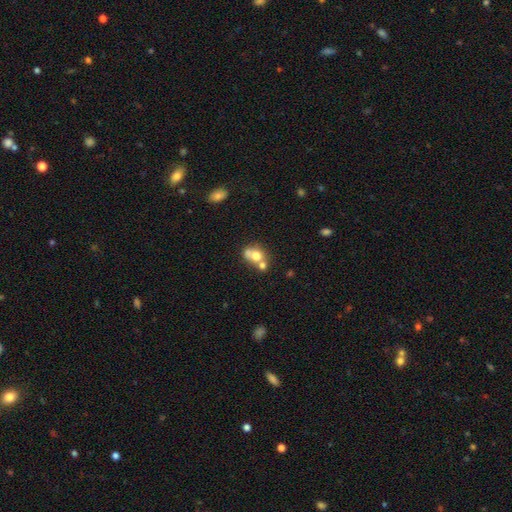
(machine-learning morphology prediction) Overall: smooth (66%). How rounded: round (54%; in between 45%). Merging: merger (55%; none 29%).